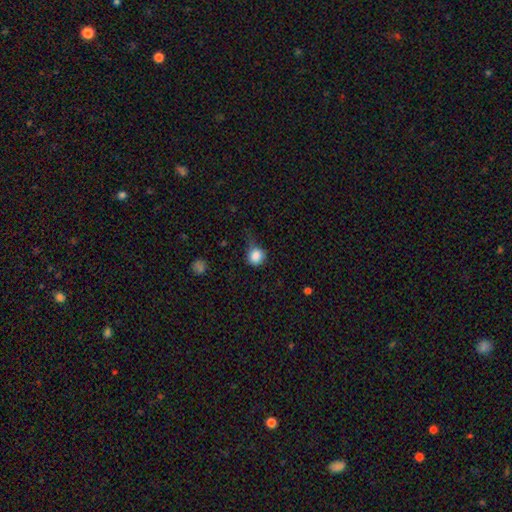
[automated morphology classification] This is clearly a smooth galaxy (85%). How rounded: clearly round (82%). Merging: marginally none (44%).